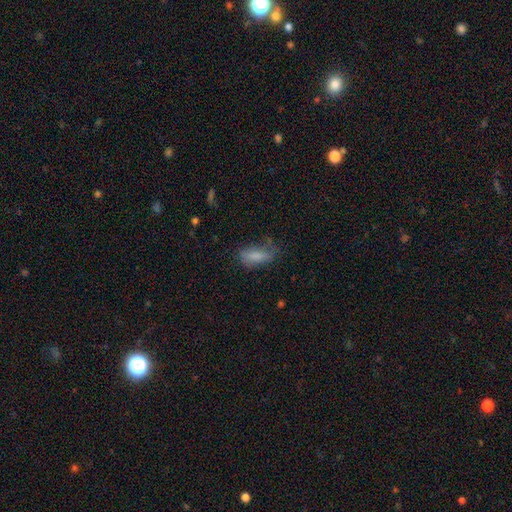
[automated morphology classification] A smooth galaxy with no disk features (78%) that is in between round and cigar-shaped (77%).

Vote fractions:
- Smooth or featured? smooth: 78% / featured or disk: 13% / star or artifact: 9%
- How rounded? in between: 77% / cigar-shaped: 20% / round: 3%
- Merging? none: 53% / minor disturbance: 29% / major disturbance: 15% / merger: 2%